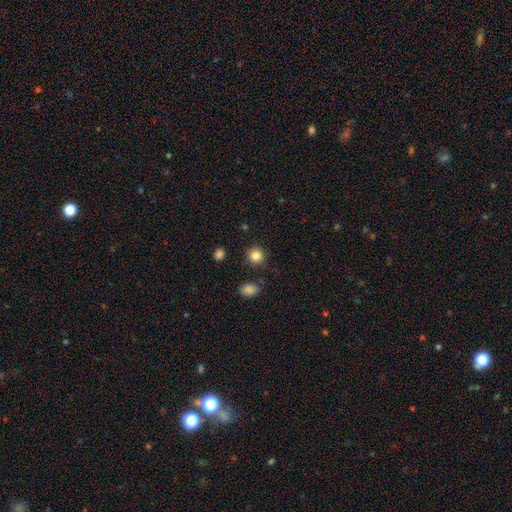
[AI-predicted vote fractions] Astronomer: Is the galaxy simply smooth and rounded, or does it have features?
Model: smooth — 84%.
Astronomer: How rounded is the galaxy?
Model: round — 90%.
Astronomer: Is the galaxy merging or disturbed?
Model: none — 88%.